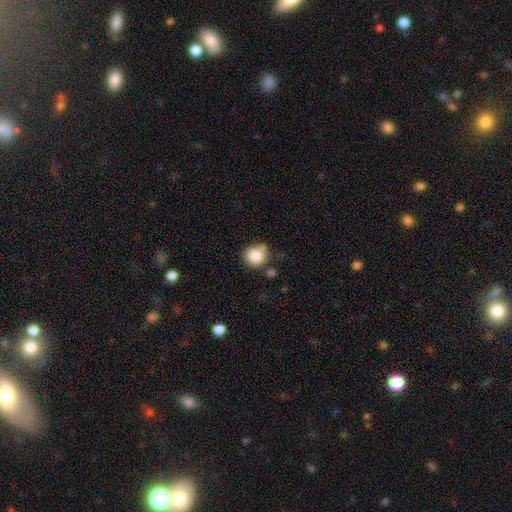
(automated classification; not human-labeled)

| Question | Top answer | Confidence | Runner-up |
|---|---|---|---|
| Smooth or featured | smooth | 86% | star or artifact (9%) |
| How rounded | round | 89% | in between (10%) |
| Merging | none | 69% | minor disturbance (16%) |